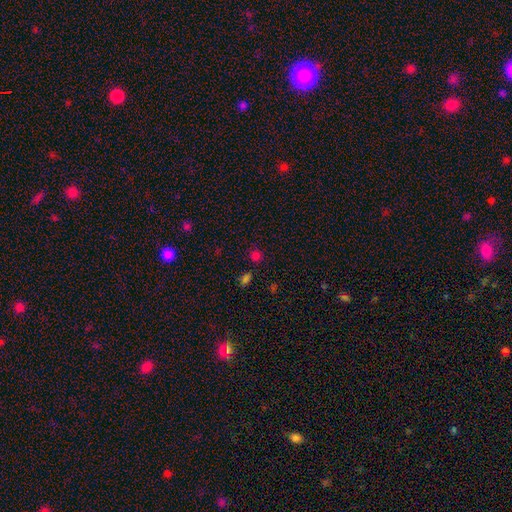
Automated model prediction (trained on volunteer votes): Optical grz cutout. It shows a smooth galaxy with no disk features (69%) that is round (82%). Merging: none (78%).